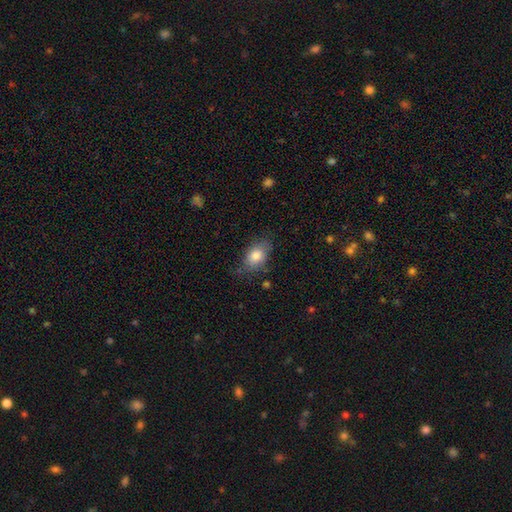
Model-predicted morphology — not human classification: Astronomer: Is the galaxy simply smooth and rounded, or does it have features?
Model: smooth — 81%.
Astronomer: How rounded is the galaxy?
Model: in between — 84%.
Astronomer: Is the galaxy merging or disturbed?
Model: none — 70%.